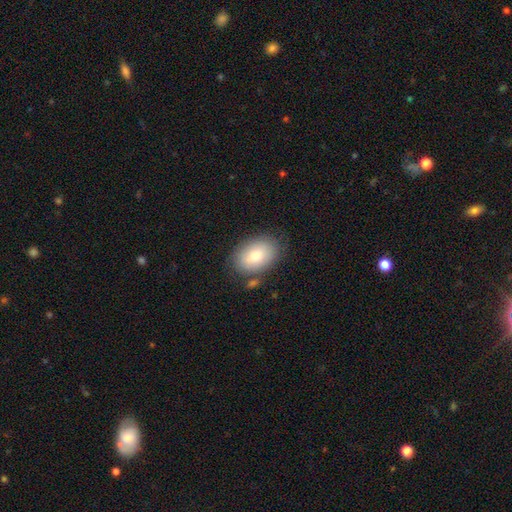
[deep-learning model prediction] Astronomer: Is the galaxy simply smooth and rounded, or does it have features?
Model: smooth — 80%.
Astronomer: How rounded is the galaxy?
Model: in between — 86%.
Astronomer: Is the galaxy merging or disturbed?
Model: none — 76%.